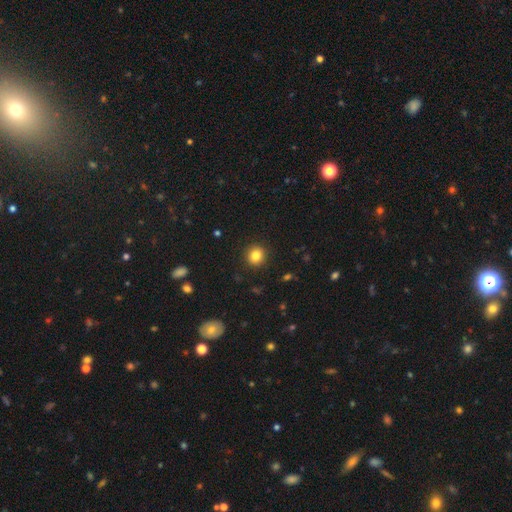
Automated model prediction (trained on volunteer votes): A smooth galaxy with no disk features (83%) that is round (88%). Merging: none (91%).